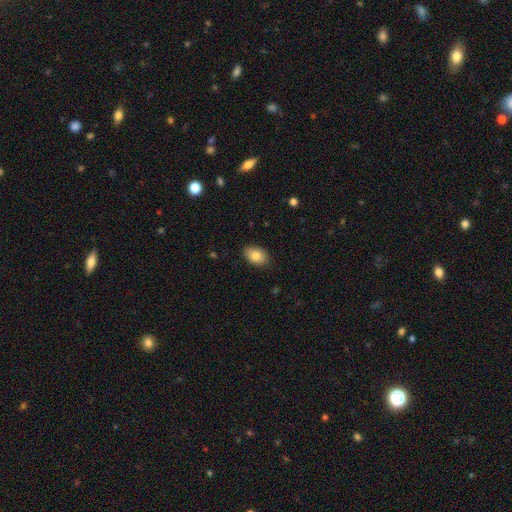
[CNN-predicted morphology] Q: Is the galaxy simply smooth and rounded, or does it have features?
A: smooth — 84%.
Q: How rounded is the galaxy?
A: in between — 83%.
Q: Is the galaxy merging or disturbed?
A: none — 85%.